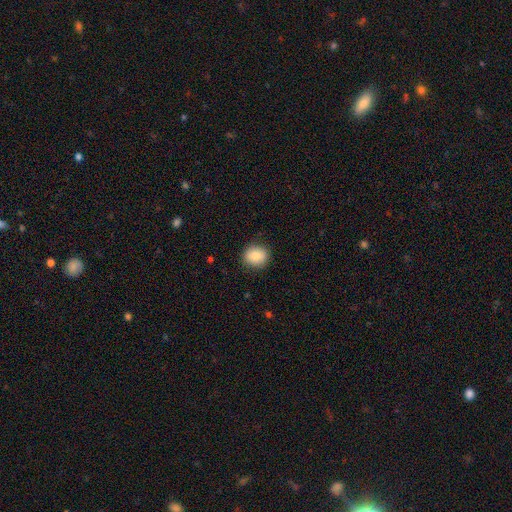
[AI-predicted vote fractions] Morphology: type=smooth (85%); roundness=round (77%); merging=none (88%).